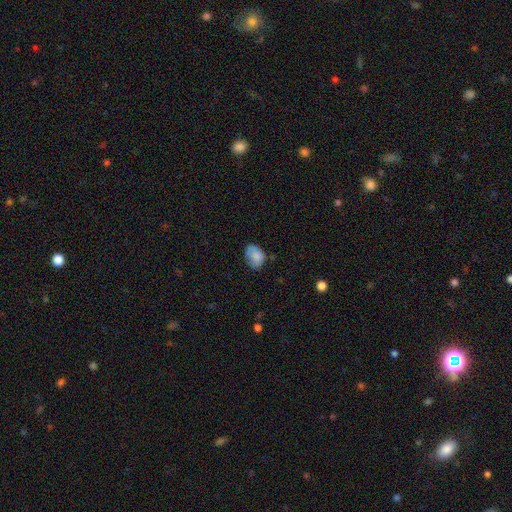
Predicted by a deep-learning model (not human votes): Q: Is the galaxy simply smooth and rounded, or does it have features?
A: smooth — 80%.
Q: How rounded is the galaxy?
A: in between — 77%.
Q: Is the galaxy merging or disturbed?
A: none — 57%.